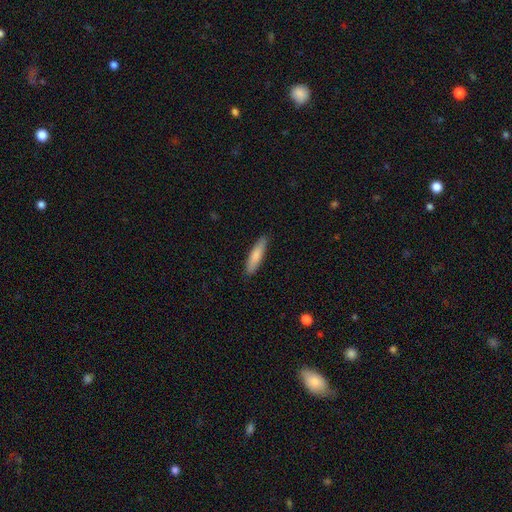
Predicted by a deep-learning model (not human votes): This is clearly a smooth galaxy (80%). How rounded: likely cigar-shaped (77%). Merging: clearly none (88%).